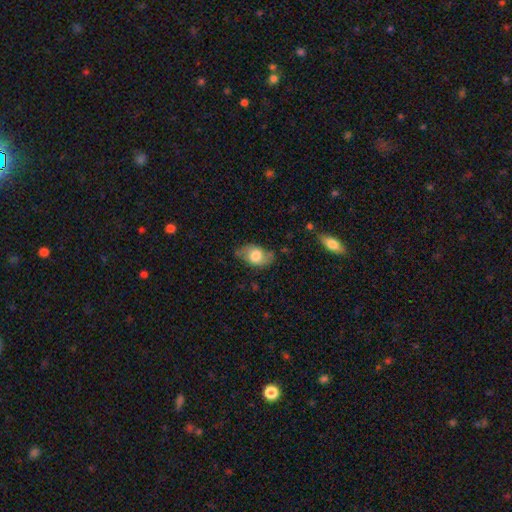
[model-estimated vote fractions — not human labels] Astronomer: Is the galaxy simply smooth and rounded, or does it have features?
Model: smooth — 63%.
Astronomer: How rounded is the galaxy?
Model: in between — 88%.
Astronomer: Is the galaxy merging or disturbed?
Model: none — 67%.